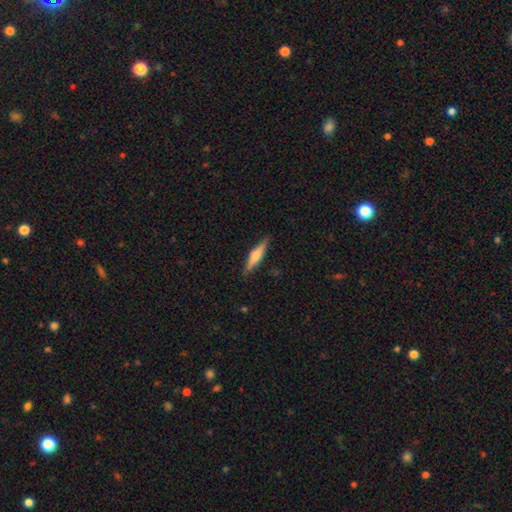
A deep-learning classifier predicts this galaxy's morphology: smooth_or_featured: featured or disk (p=0.48) [alt: smooth p=0.46]
merging: none (p=0.89) [alt: minor disturbance p=0.08]